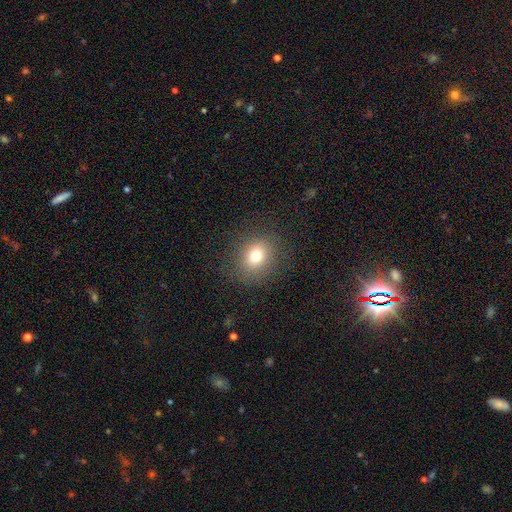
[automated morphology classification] Overall: smooth (76%). How rounded: round (68%; in between 31%). Merging: none (86%).